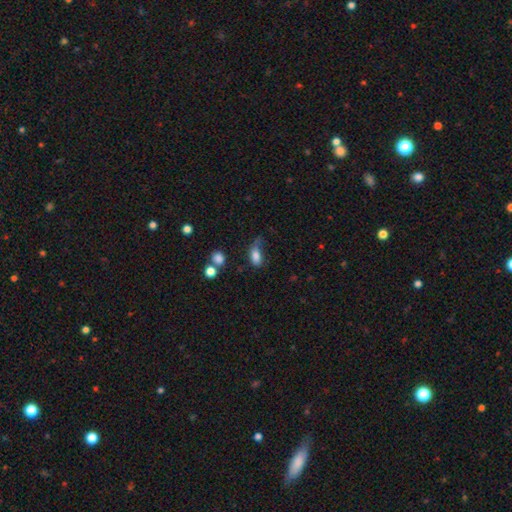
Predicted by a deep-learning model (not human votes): This is likely a smooth galaxy (78%). How rounded: clearly in between (84%). Merging: marginally none (33%).